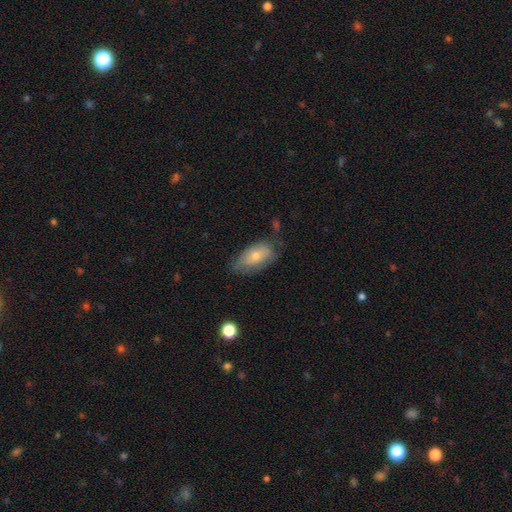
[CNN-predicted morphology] This appears to be a smooth galaxy with no disk features (69%) that is in between round and cigar-shaped (92%). Merging: none (55%).